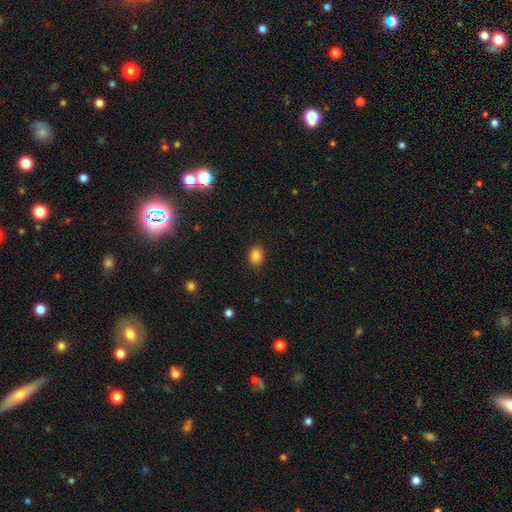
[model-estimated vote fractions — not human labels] Smooth or featured? Predicted: smooth (p=0.86). How rounded? Predicted: in between (p=0.56). Merging? Predicted: none (p=0.87).